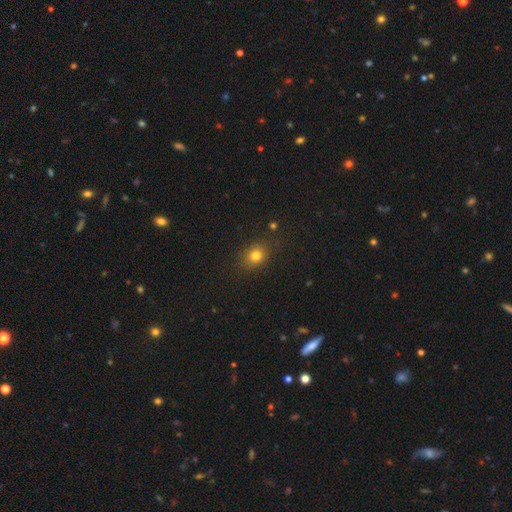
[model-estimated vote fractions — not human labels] The model was most divided on "how rounded": round: 58%, in between: 40%, cigar-shaped: 1%. More confident: merging — none (81%); smooth or featured — smooth (79%).